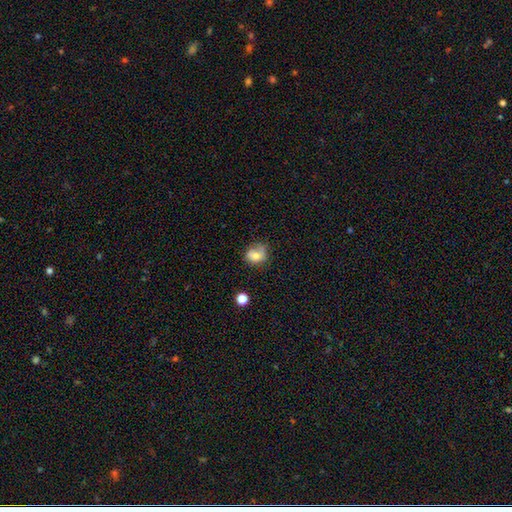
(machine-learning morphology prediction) Smooth or featured?
  - smooth: 70% *
  - featured or disk: 19%
  - star or artifact: 11%
How rounded?
  - round: 61% *
  - in between: 38%
  - cigar-shaped: 1%
Merging?
  - none: 50% *
  - minor disturbance: 32%
  - major disturbance: 13%
  - merger: 5%